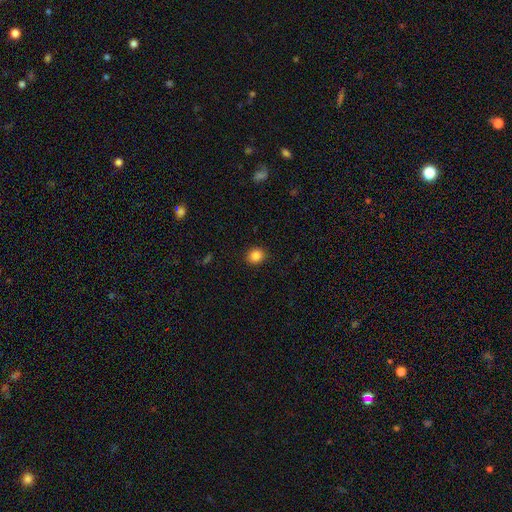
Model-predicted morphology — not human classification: Q: Smooth or featured?
A: smooth (85%); runner-up: star or artifact (10%)
Q: How rounded?
A: round (79%); runner-up: in between (20%)
Q: Merging?
A: none (90%); runner-up: minor disturbance (7%)